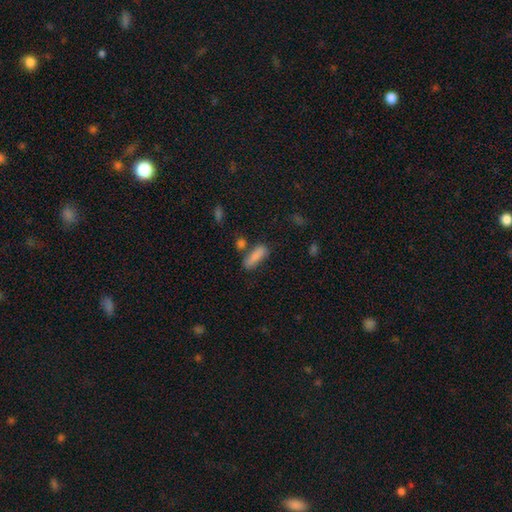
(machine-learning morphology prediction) type=smooth (84%); roundness=cigar-shaped (51%); merging=none (67%).